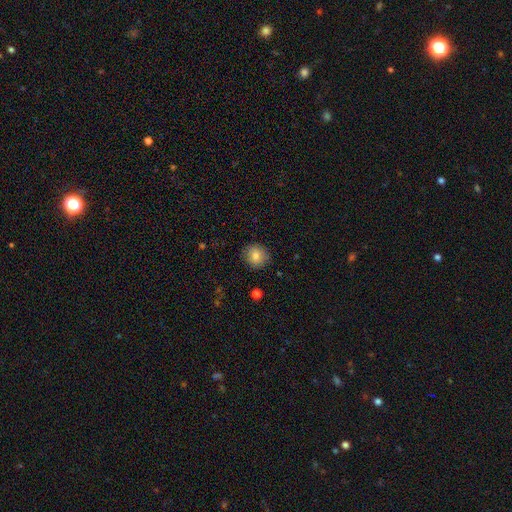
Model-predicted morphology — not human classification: smooth 81%, featured or disk 10%, star or artifact 9%. Down the decision tree: how rounded — round (83%); merging — none (88%).